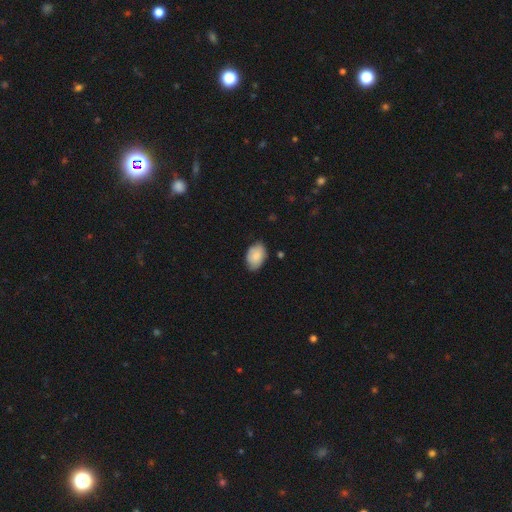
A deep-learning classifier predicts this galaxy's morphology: The model was most divided on "merging": none: 76%, minor disturbance: 20%, major disturbance: 3%, merger: 1%. More confident: how rounded — in between (88%); smooth or featured — smooth (86%).